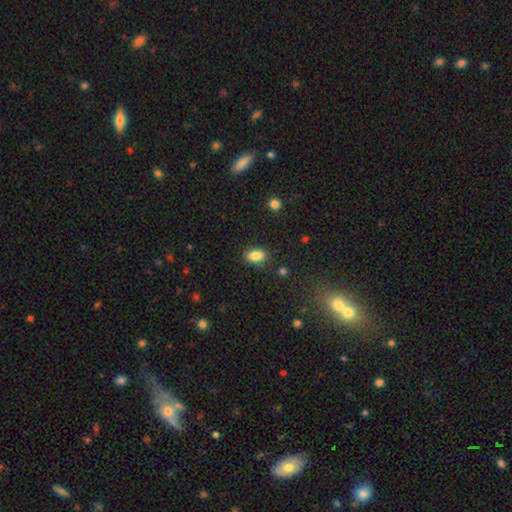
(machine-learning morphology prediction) smooth 85%, star or artifact 9%, featured or disk 6%. Down the decision tree: how rounded — in between (88%); merging — none (84%).